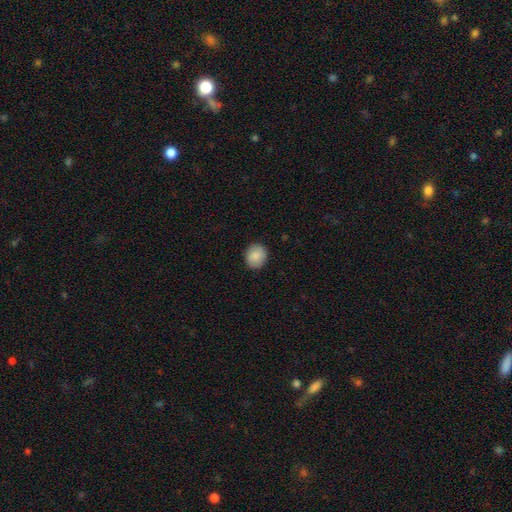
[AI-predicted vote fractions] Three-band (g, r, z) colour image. It shows a smooth galaxy with no disk features (88%) that is round (72%). Merging: none (89%).